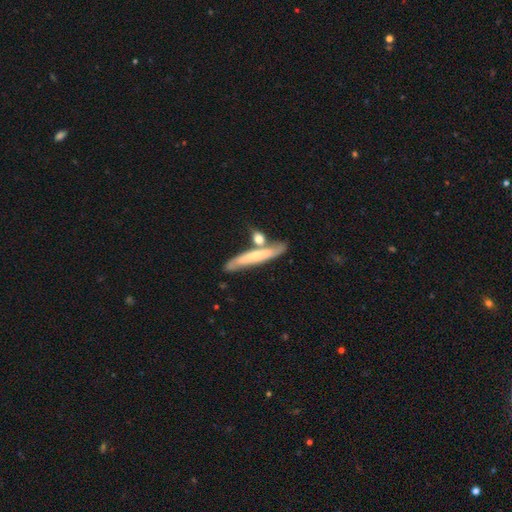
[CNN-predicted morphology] Q: Smooth or featured?
A: smooth (48%); runner-up: featured or disk (46%)
Q: Merging?
A: none (59%); runner-up: merger (21%)